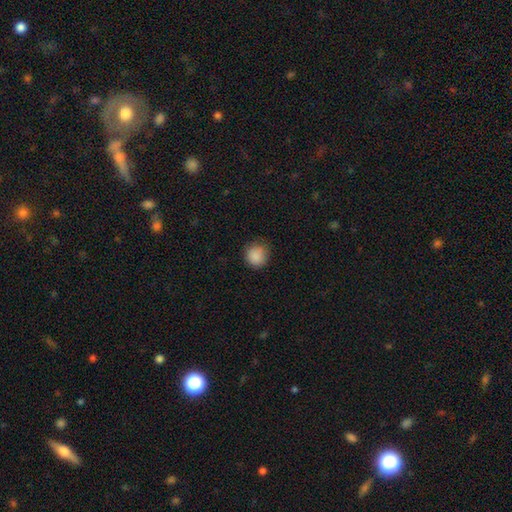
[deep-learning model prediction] Smooth or featured?
  - smooth: 88% *
  - star or artifact: 9%
  - featured or disk: 3%
How rounded?
  - round: 90% *
  - in between: 9%
  - cigar-shaped: 1%
Merging?
  - none: 80% *
  - minor disturbance: 15%
  - major disturbance: 3%
  - merger: 1%